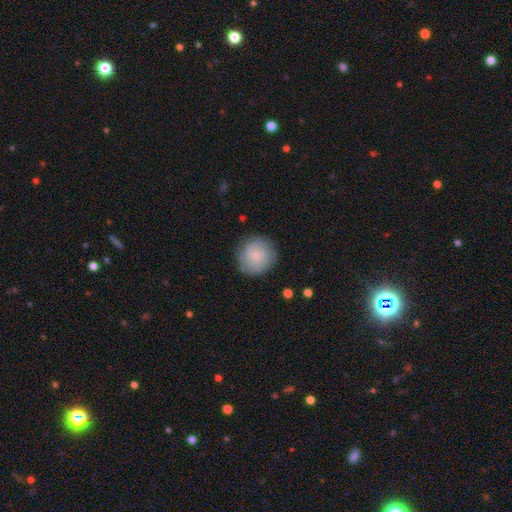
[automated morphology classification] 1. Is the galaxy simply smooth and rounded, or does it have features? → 76% smooth, 17% featured or disk, 7% star or artifact.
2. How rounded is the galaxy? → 93% round, 7% in between, 1% cigar-shaped.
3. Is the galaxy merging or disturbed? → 84% none, 12% minor disturbance, 3% major disturbance, 1% merger.